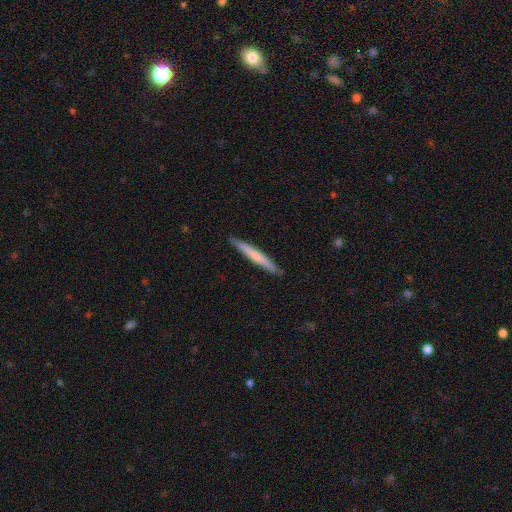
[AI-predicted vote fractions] Q: Smooth or featured?
A: smooth (62%); runner-up: featured or disk (33%)
Q: How rounded?
A: cigar-shaped (97%); runner-up: in between (2%)
Q: Merging?
A: none (91%); runner-up: minor disturbance (7%)